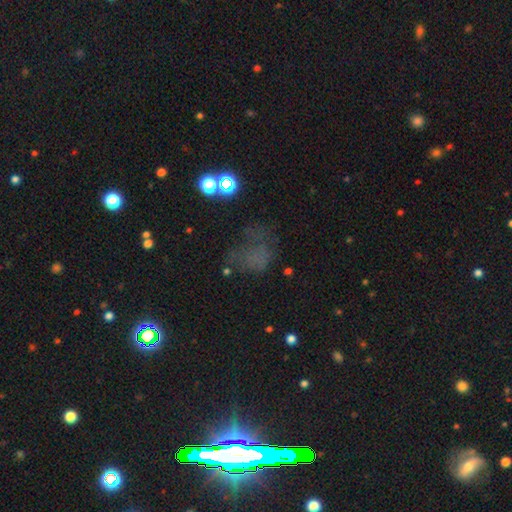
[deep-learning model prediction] Smooth or featured?
  - smooth: 44% *
  - star or artifact: 34%
  - featured or disk: 22%
Merging?
  - none: 38% *
  - major disturbance: 35%
  - minor disturbance: 21%
  - merger: 6%